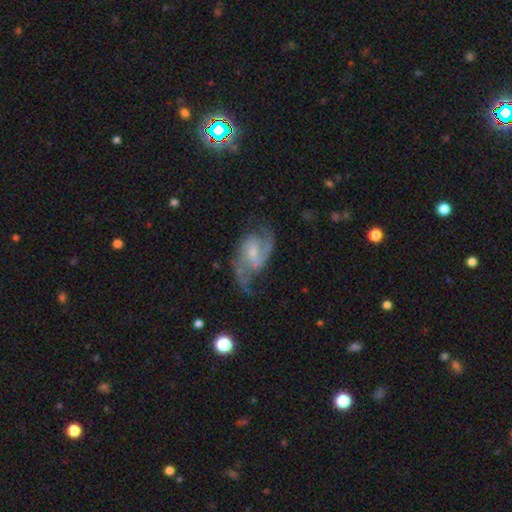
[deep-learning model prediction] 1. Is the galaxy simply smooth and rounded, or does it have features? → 81% featured or disk, 11% star or artifact, 9% smooth.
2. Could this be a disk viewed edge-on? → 96% no, 4% yes.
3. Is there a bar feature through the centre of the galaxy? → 49% weak, 36% no, 15% strong.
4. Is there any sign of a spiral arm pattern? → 95% yes, 5% no.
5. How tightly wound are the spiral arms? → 51% medium, 27% loose, 22% tight.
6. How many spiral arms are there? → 82% 2, 8% can't tell, 4% 3, 3% 1, 2% 4, 2% more than 4.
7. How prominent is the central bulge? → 59% small, 30% moderate, 8% none, 2% large, 1% dominant.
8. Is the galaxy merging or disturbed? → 67% none, 19% minor disturbance, 12% major disturbance, 2% merger.